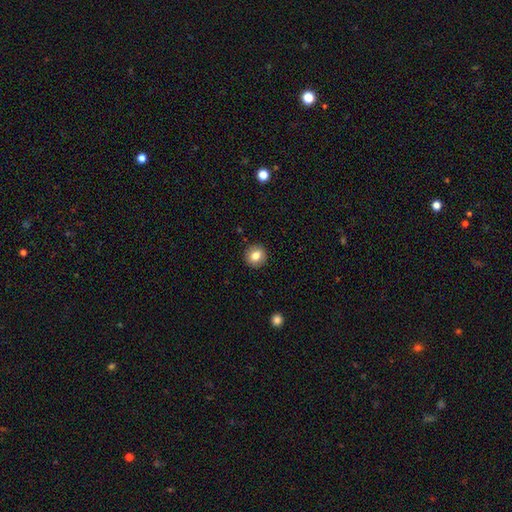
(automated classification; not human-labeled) Q: Smooth or featured?
A: smooth (81%); runner-up: featured or disk (9%)
Q: How rounded?
A: round (91%); runner-up: in between (9%)
Q: Merging?
A: none (92%); runner-up: minor disturbance (5%)